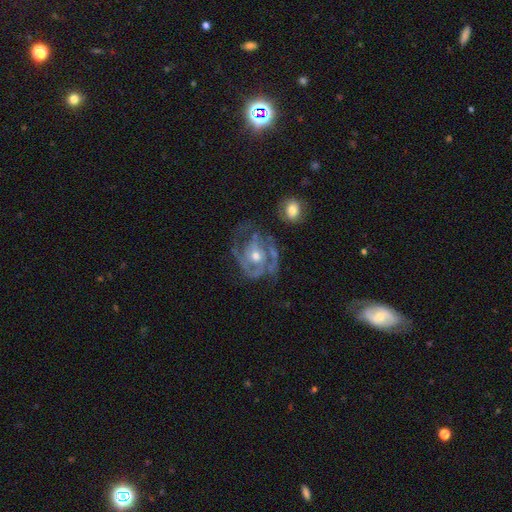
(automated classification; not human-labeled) The model was most divided on "spiral winding": tight: 49%, medium: 39%, loose: 12%. Remaining: edge-on disk — no (97%); spiral arms — yes (87%); smooth or featured — featured or disk (85%); bar — no (67%); bulge size — moderate (66%); merging — none (52%); spiral arm count — 2 (45%).